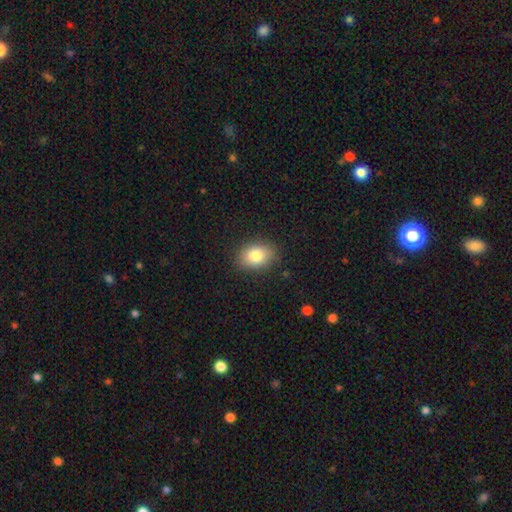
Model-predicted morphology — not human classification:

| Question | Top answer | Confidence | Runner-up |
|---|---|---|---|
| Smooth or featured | smooth | 82% | featured or disk (10%) |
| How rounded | in between | 73% | round (26%) |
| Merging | none | 87% | minor disturbance (10%) |